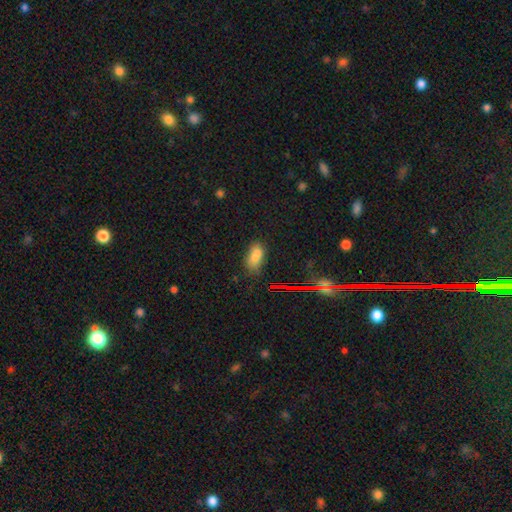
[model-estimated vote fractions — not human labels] smooth 72%, star or artifact 16%, featured or disk 12%. Down the decision tree: how rounded — in between (85%); merging — none (50%).